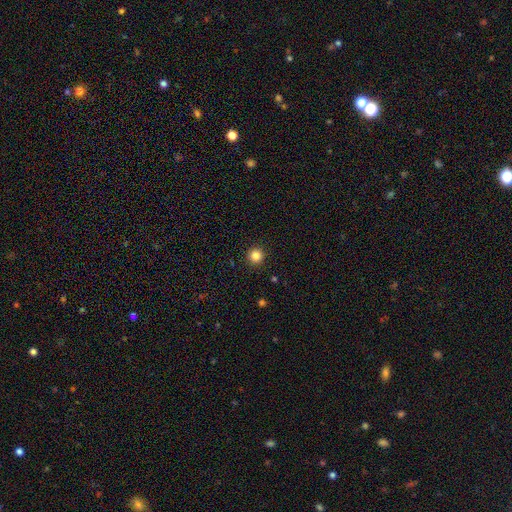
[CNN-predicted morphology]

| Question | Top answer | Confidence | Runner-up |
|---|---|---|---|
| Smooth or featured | smooth | 84% | star or artifact (12%) |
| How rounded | round | 96% | in between (3%) |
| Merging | none | 93% | minor disturbance (5%) |